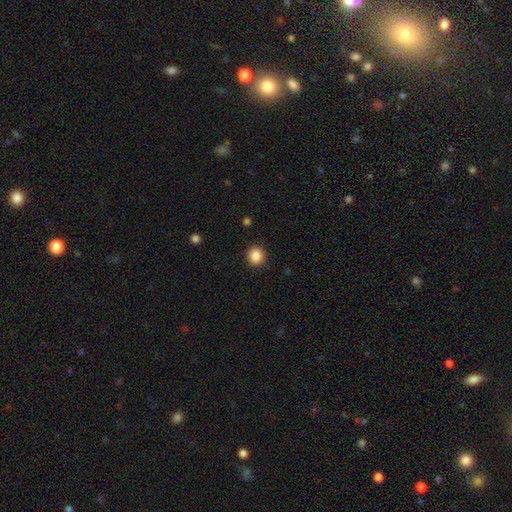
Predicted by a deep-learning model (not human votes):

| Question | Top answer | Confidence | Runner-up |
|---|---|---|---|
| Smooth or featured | smooth | 87% | star or artifact (10%) |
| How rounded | round | 92% | in between (7%) |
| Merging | none | 91% | minor disturbance (6%) |